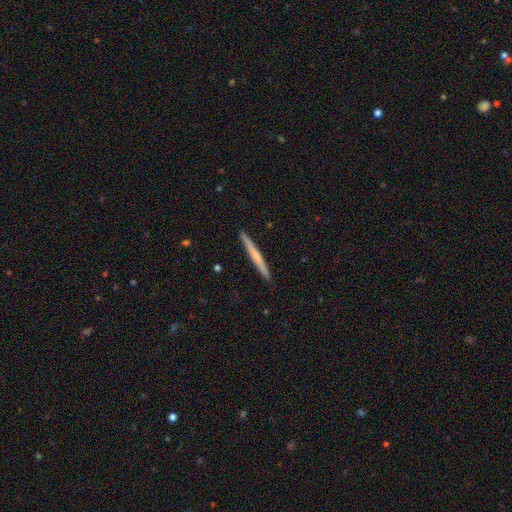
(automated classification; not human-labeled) Smooth or featured?
  - smooth: 53% *
  - featured or disk: 42%
  - star or artifact: 5%
How rounded?
  - cigar-shaped: 97% *
  - in between: 2%
  - round: 1%
Merging?
  - none: 93% *
  - minor disturbance: 5%
  - major disturbance: 1%
  - merger: 1%